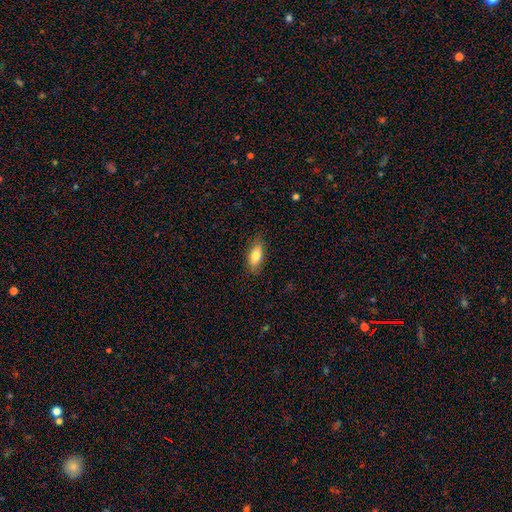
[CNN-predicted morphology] This appears to be a smooth galaxy with no disk features (76%) that is in between round and cigar-shaped (79%). Merging: none (83%).